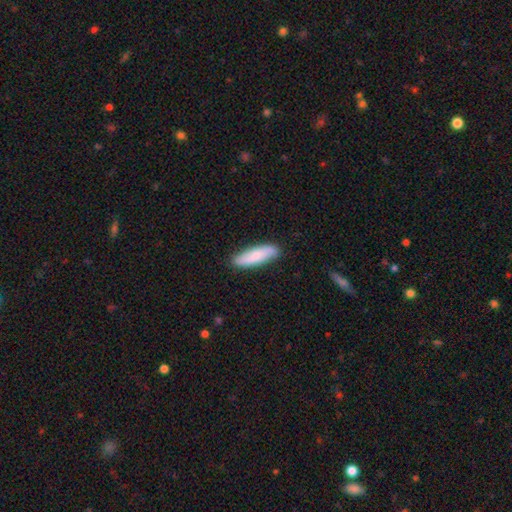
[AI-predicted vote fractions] A smooth galaxy with no disk features (77%) that is cigar-shaped (65%). Merging: none (86%).